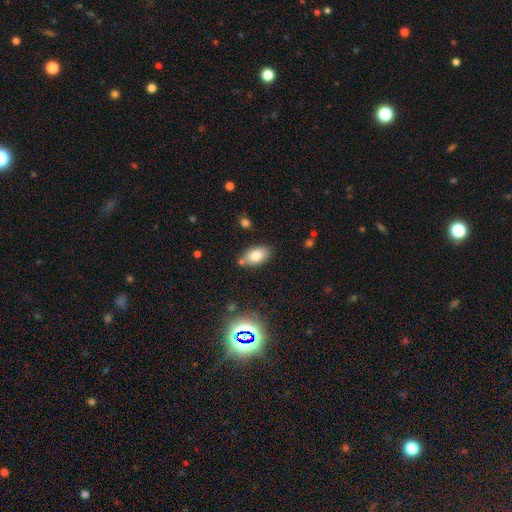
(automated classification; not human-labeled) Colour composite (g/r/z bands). It shows a smooth galaxy with no disk features (80%) that is in between round and cigar-shaped (91%). Merging: none (75%).